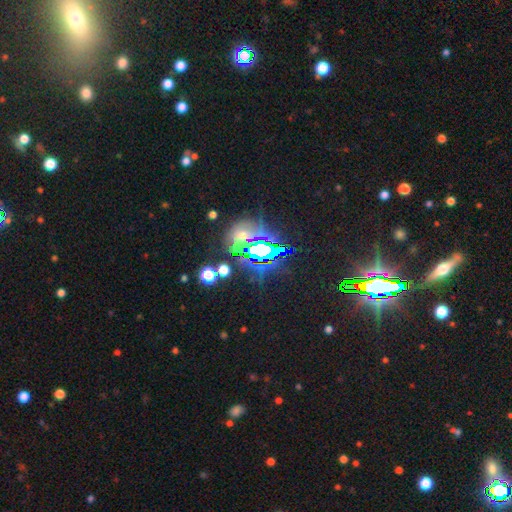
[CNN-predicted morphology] smooth_or_featured: star or artifact (p=0.75) [alt: smooth p=0.14]